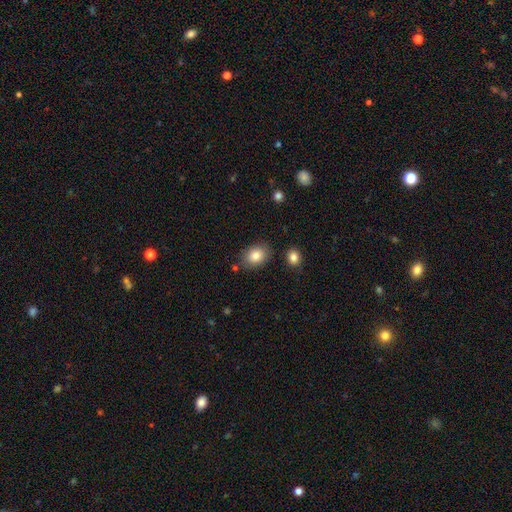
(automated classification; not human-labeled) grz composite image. It shows a smooth galaxy with no disk features (83%) that is in between round and cigar-shaped (68%). Merging: none (79%).